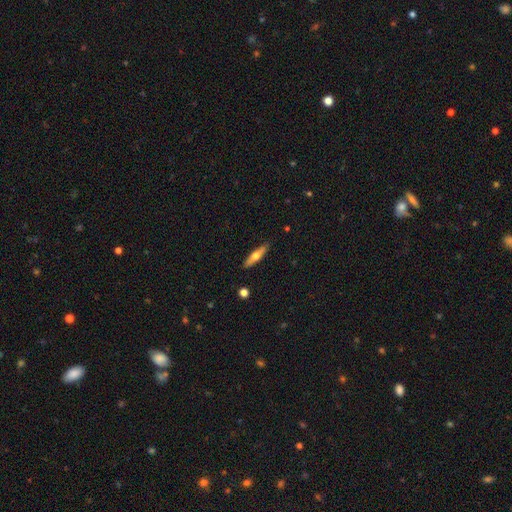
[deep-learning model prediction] This appears to be a smooth galaxy with no disk features (51%) that is cigar-shaped (78%). Merging: none (89%).